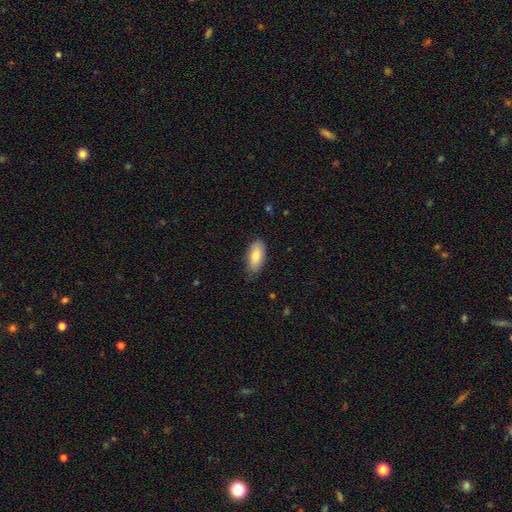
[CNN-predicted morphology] The model was most divided on "merging": none: 79%, minor disturbance: 17%, major disturbance: 3%, merger: 1%. More confident: how rounded — in between (90%); smooth or featured — smooth (78%).